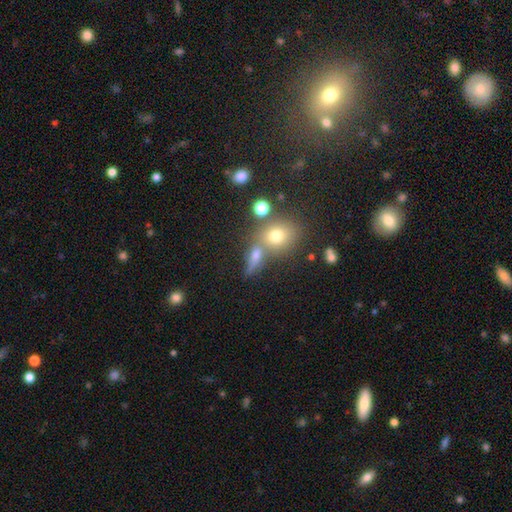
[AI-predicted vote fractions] Smooth or featured: smooth — 63% (featured or disk — 20%)
How rounded: in between — 50% (round — 31%)
Merging: none — 46% (merger — 33%)